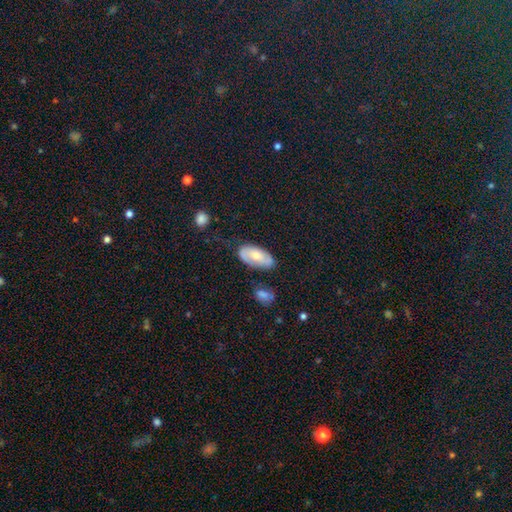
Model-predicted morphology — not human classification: Smooth or featured? smooth (56%)
How rounded? in between (92%)
Merging? none (66%)